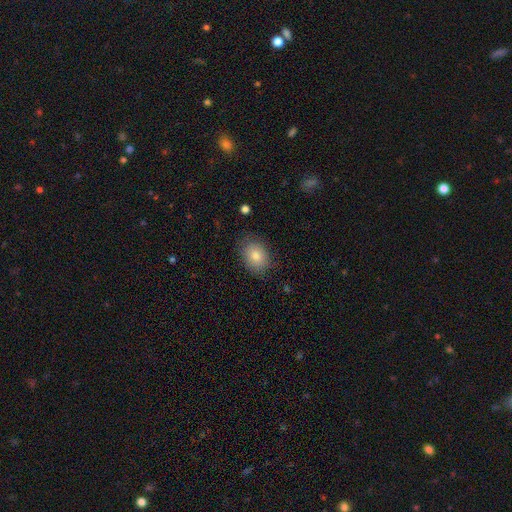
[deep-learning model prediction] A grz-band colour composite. It shows a smooth galaxy with no disk features (80%) that is in between round and cigar-shaped (65%). Merging: none (83%).